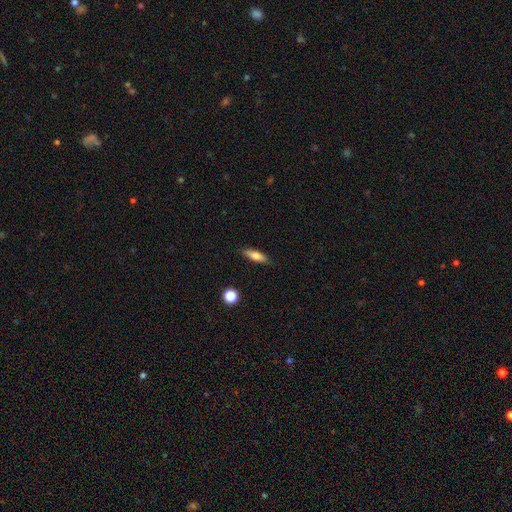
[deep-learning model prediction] Smooth or featured? Predicted: smooth (p=0.73). How rounded? Predicted: in between (p=0.50). Merging? Predicted: none (p=0.86).